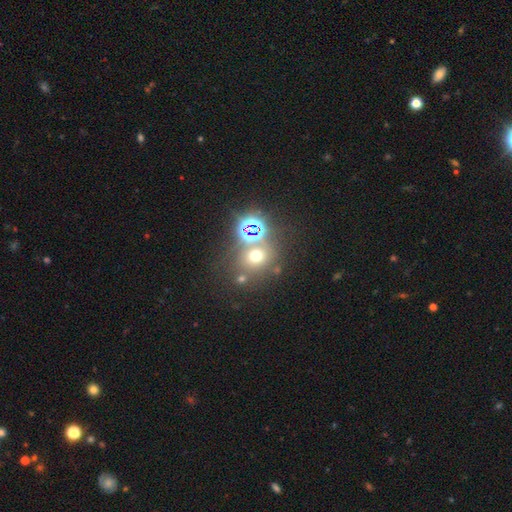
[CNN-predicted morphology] A smooth galaxy with no disk features (52%) that is round (77%). Merging: none (63%).